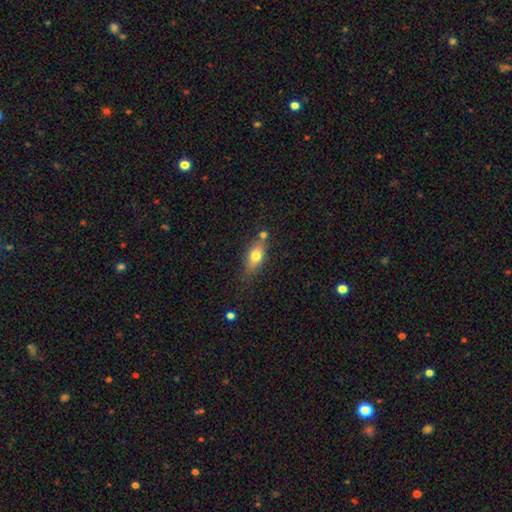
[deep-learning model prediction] This appears to be a smooth galaxy with no disk features (72%) that is in between round and cigar-shaped (78%). Merging: none (64%).